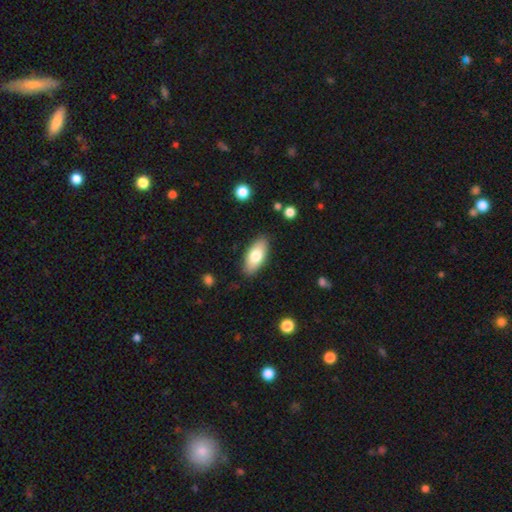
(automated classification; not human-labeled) Smooth or featured?
  - smooth: 75% *
  - featured or disk: 19%
  - star or artifact: 6%
How rounded?
  - in between: 87% *
  - cigar-shaped: 11%
  - round: 2%
Merging?
  - none: 87% *
  - minor disturbance: 10%
  - major disturbance: 2%
  - merger: 1%